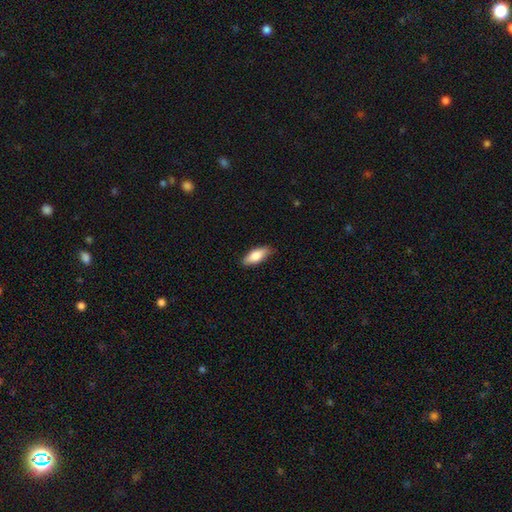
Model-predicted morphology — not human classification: A smooth galaxy with no disk features (77%) that is in between round and cigar-shaped (73%).

Vote fractions:
- Smooth or featured? smooth: 77% / featured or disk: 17% / star or artifact: 6%
- How rounded? in between: 73% / cigar-shaped: 24% / round: 2%
- Merging? none: 85% / minor disturbance: 12% / major disturbance: 2% / merger: 1%